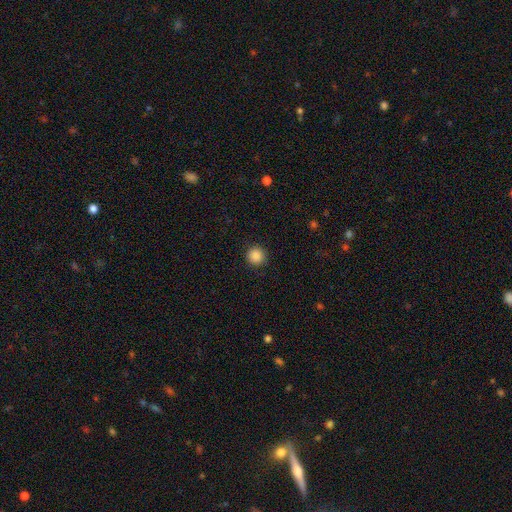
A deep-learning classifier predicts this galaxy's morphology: Smooth or featured? smooth (88%)
How rounded? round (95%)
Merging? none (92%)